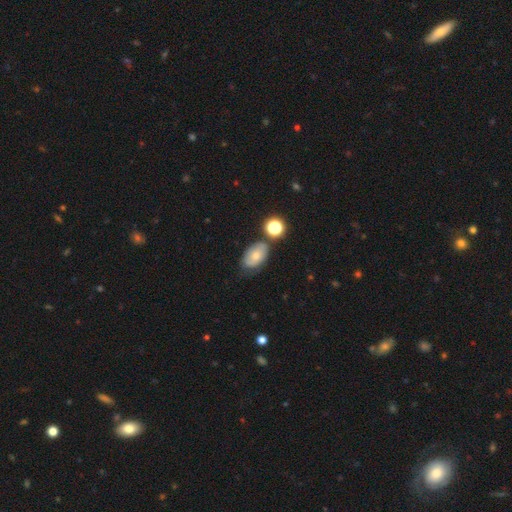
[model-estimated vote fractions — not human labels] Morphology: type=smooth (63%); roundness=in between (87%); merging=none (63%).